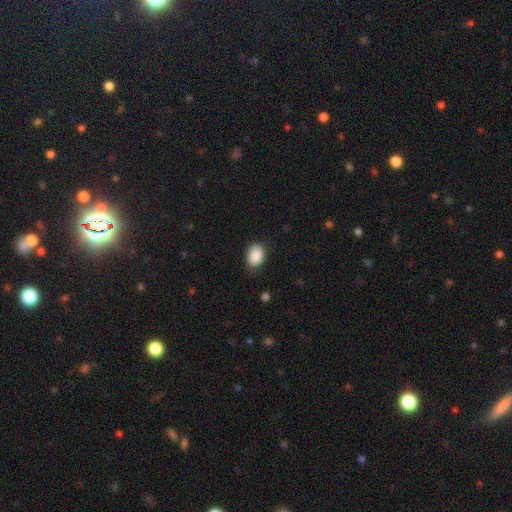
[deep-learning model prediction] Morphology: type=smooth (90%); roundness=in between (80%); merging=none (81%).